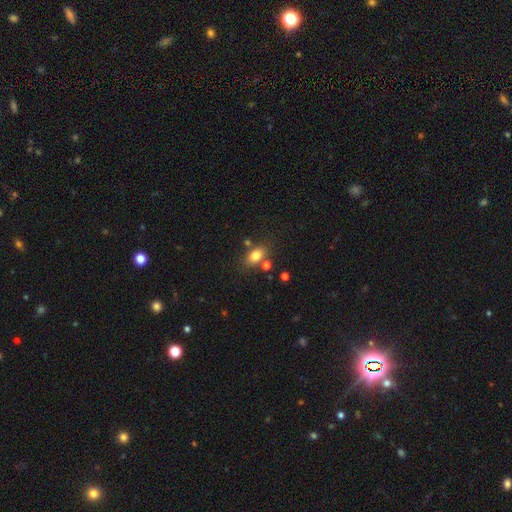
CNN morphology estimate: Smooth or featured: smooth — 80% (star or artifact — 10%)
How rounded: in between — 80% (round — 18%)
Merging: none — 70% (minor disturbance — 13%)